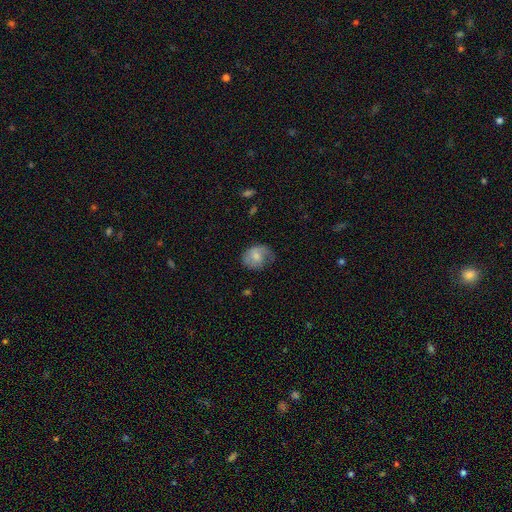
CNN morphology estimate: A smooth galaxy with no disk features (57%) that is round (56%).

Vote fractions:
- Smooth or featured? smooth: 57% / featured or disk: 36% / star or artifact: 7%
- How rounded? round: 56% / in between: 43% / cigar-shaped: 1%
- Merging? none: 48% / minor disturbance: 32% / major disturbance: 19% / merger: 2%